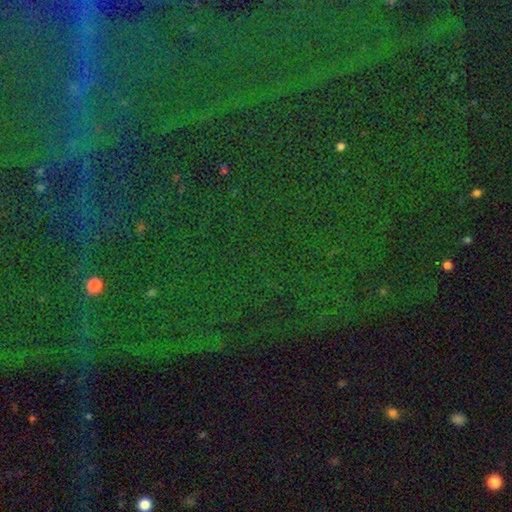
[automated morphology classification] A star or artifact, not a galaxy (83%).